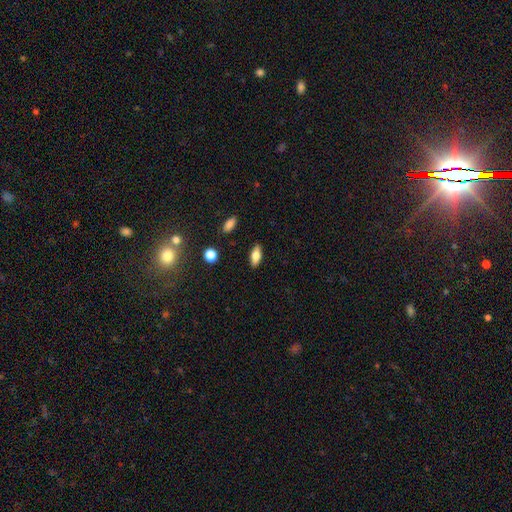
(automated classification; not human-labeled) Morphology: type=smooth (72%); roundness=in between (81%); merging=none (87%).